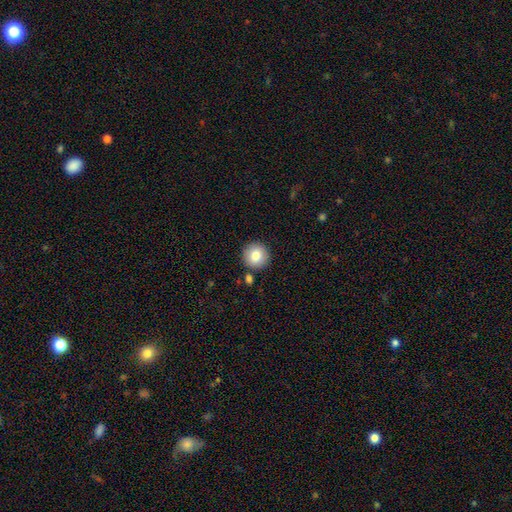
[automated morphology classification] Overall: smooth (81%). How rounded: round (95%). Merging: none (88%).